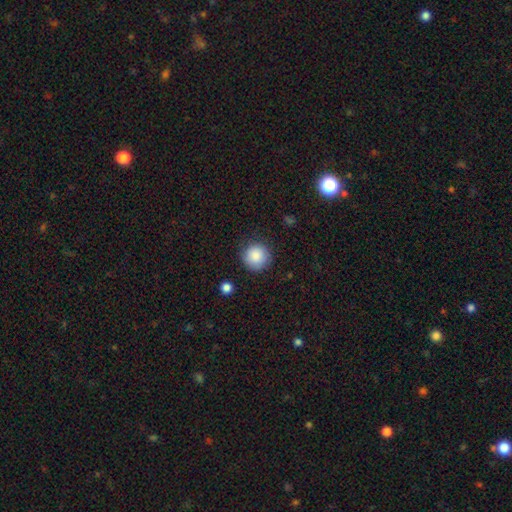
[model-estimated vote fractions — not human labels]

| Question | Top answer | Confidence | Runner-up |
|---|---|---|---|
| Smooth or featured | smooth | 86% | star or artifact (9%) |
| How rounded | round | 95% | in between (4%) |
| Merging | none | 86% | minor disturbance (10%) |